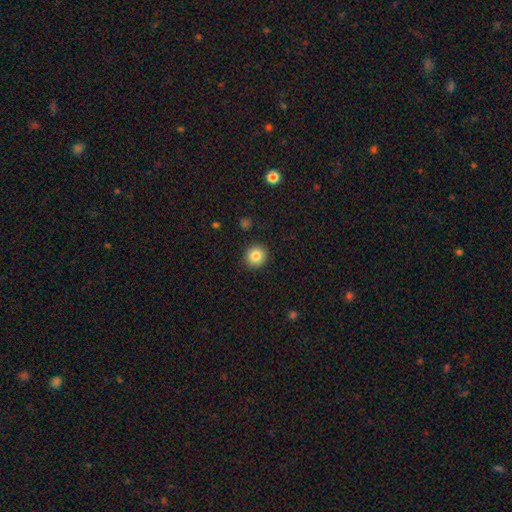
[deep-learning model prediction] A smooth galaxy with no disk features (84%) that is round (92%). Merging: none (92%).